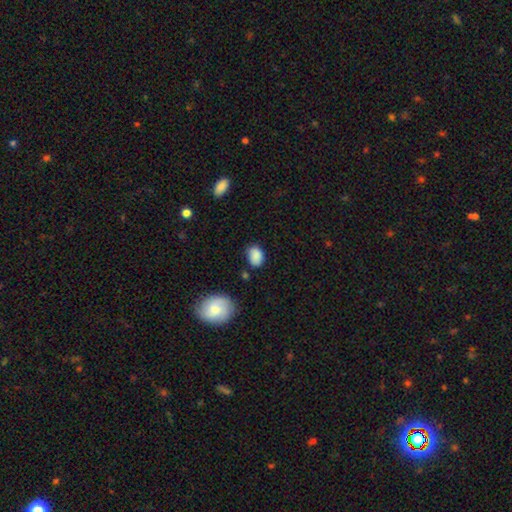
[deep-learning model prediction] smooth_or_featured: smooth (p=0.86) [alt: star or artifact p=0.08]
how_rounded: in between (p=0.76) [alt: round p=0.23]
merging: none (p=0.68) [alt: minor disturbance p=0.22]